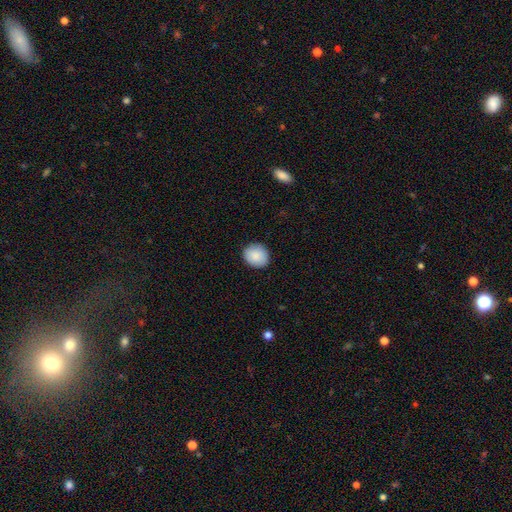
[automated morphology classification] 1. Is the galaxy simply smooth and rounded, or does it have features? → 88% smooth, 7% star or artifact, 5% featured or disk.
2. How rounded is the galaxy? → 80% round, 19% in between, 1% cigar-shaped.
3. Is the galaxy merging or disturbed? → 89% none, 8% minor disturbance, 2% major disturbance, 1% merger.